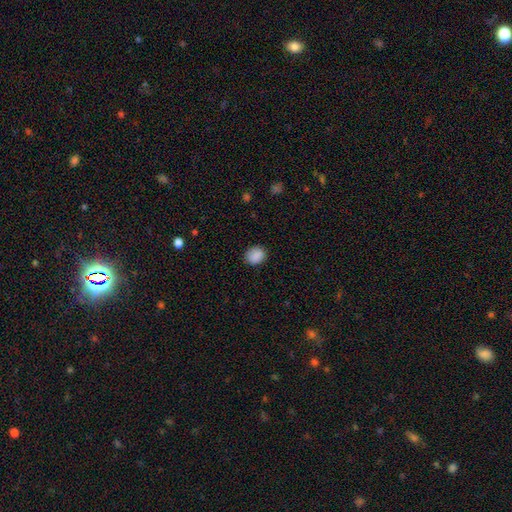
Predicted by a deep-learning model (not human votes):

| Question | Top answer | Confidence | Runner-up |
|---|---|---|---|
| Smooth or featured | smooth | 88% | star or artifact (8%) |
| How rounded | round | 59% | in between (40%) |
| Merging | none | 84% | minor disturbance (12%) |